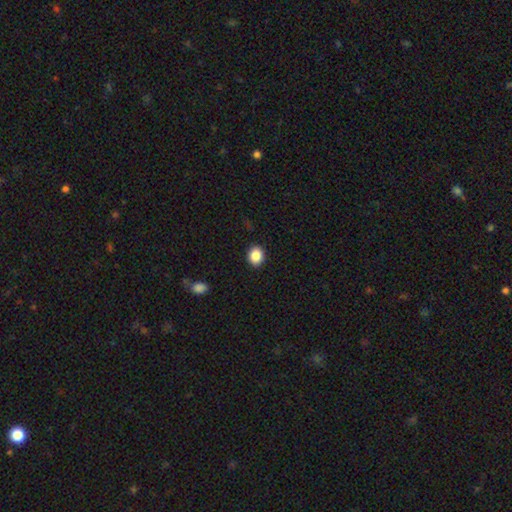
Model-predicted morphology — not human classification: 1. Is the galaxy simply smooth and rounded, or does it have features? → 88% smooth, 9% star or artifact, 4% featured or disk.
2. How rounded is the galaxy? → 58% round, 41% in between, 1% cigar-shaped.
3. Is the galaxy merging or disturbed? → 91% none, 6% minor disturbance, 2% major disturbance, 1% merger.